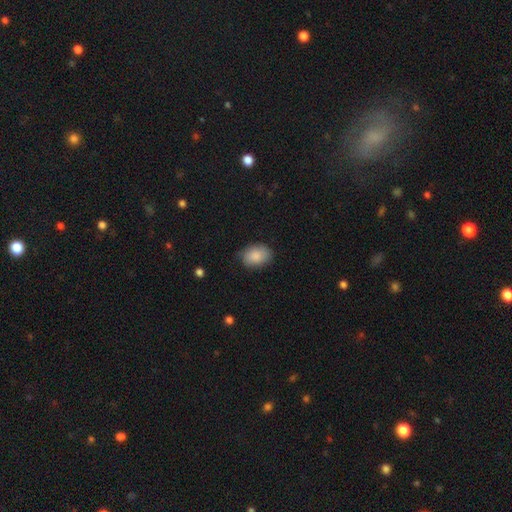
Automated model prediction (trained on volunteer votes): Q: Smooth or featured?
A: smooth (87%); runner-up: featured or disk (7%)
Q: How rounded?
A: in between (77%); runner-up: round (22%)
Q: Merging?
A: none (75%); runner-up: minor disturbance (20%)